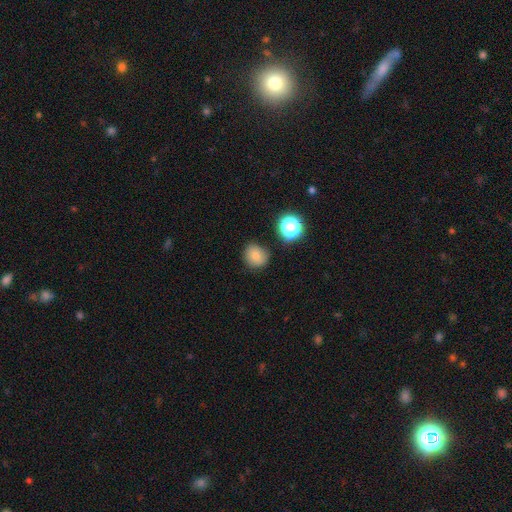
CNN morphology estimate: This is likely a smooth galaxy (78%). How rounded: clearly round (81%). Merging: clearly none (81%).